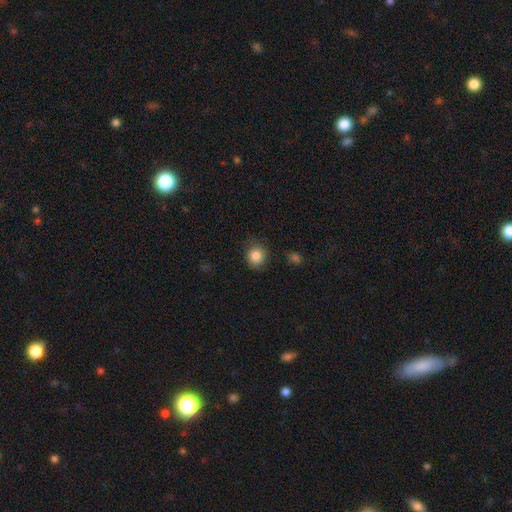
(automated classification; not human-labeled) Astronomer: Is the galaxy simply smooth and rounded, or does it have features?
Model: smooth — 85%.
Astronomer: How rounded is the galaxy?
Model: round — 86%.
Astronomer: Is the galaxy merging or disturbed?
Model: none — 80%.